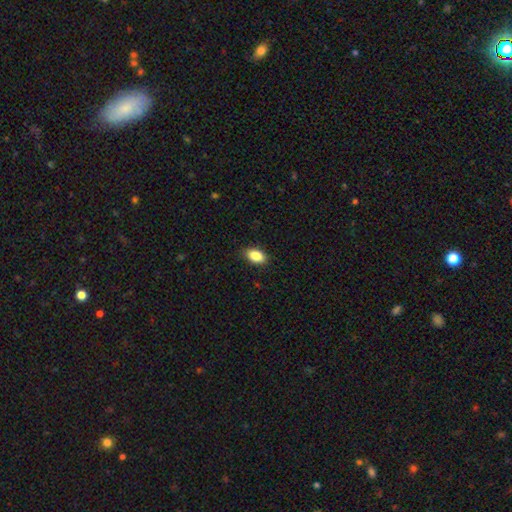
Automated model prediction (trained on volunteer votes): smooth_or_featured: smooth (p=0.88) [alt: star or artifact p=0.08]
how_rounded: in between (p=0.91) [alt: round p=0.07]
merging: none (p=0.87) [alt: minor disturbance p=0.10]